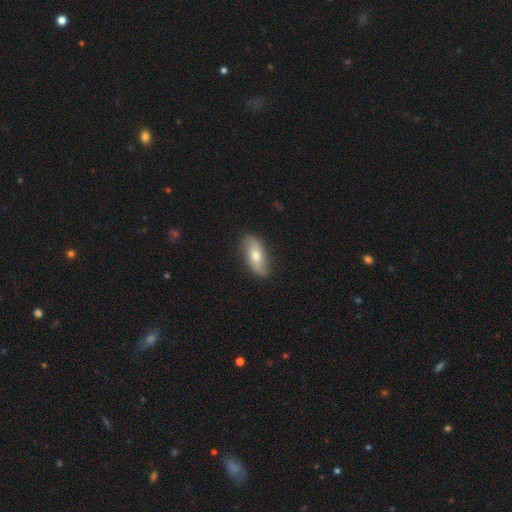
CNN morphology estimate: Overall: smooth (55%; featured or disk 38%). How rounded: in between (80%). Merging: none (82%).